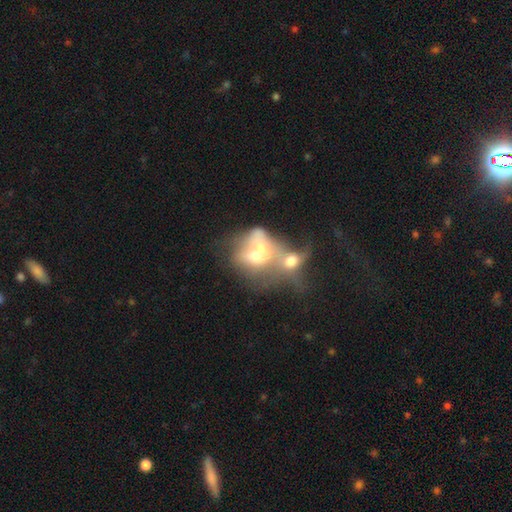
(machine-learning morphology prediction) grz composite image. It shows a featured or disk galaxy (51%). Merging: merger (74%).